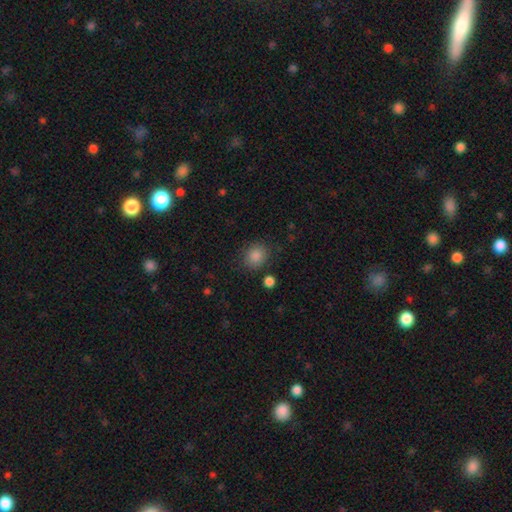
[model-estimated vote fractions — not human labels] Smooth or featured?
  - smooth: 85% *
  - star or artifact: 11%
  - featured or disk: 4%
How rounded?
  - round: 76% *
  - in between: 23%
  - cigar-shaped: 1%
Merging?
  - none: 83% *
  - minor disturbance: 10%
  - major disturbance: 4%
  - merger: 3%